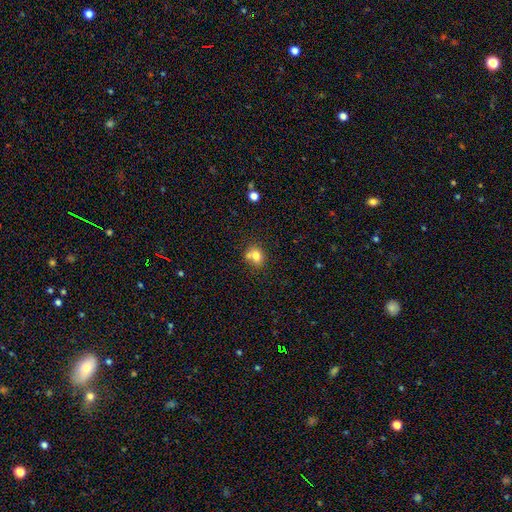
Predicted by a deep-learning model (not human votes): The model was most divided on "merging": none: 50%, merger: 32%, minor disturbance: 14%, major disturbance: 4%. More confident: smooth or featured — smooth (75%); how rounded — round (61%).